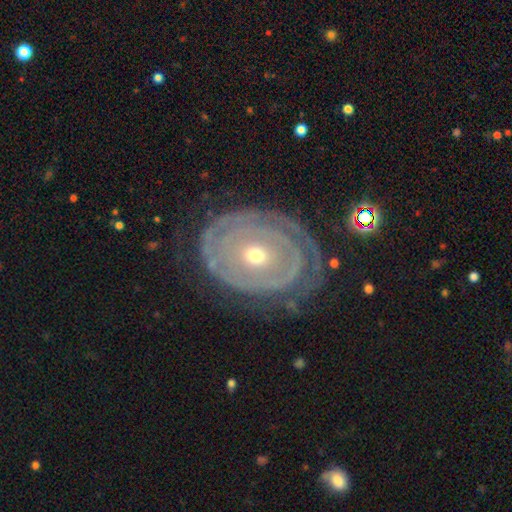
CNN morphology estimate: type=featured or disk (80%); edge-on=no (96%); bar=no (83%); spiral arms=yes (73%); winding=tight (81%); arm count=can't tell (42%); bulge=small (56%); merging=none (64%).